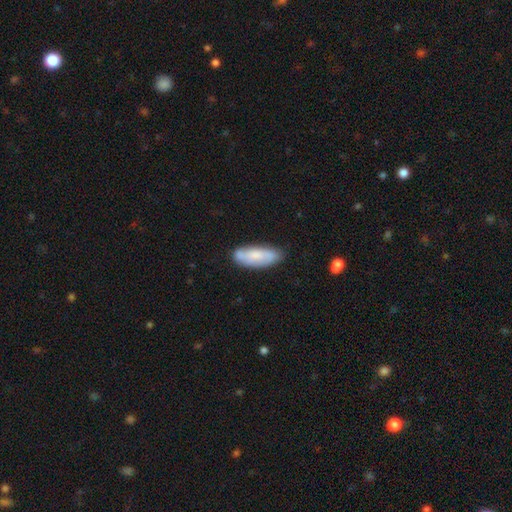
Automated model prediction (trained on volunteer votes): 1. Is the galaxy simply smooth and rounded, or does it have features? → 60% smooth, 33% featured or disk, 7% star or artifact.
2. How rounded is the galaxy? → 69% in between, 29% cigar-shaped, 2% round.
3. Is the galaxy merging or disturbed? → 73% none, 19% minor disturbance, 4% major disturbance, 4% merger.